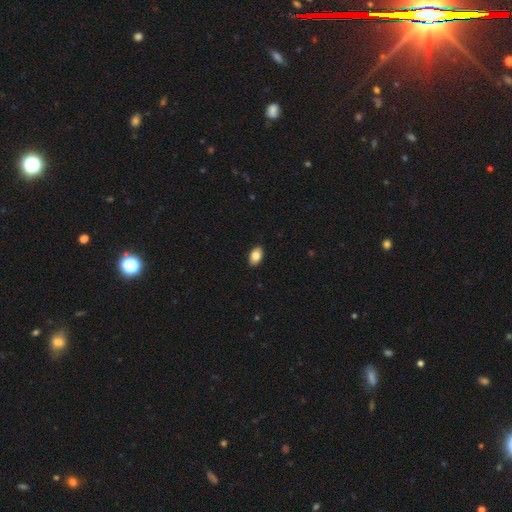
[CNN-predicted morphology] This is clearly a smooth galaxy (84%). How rounded: clearly in between (91%). Merging: clearly none (90%).